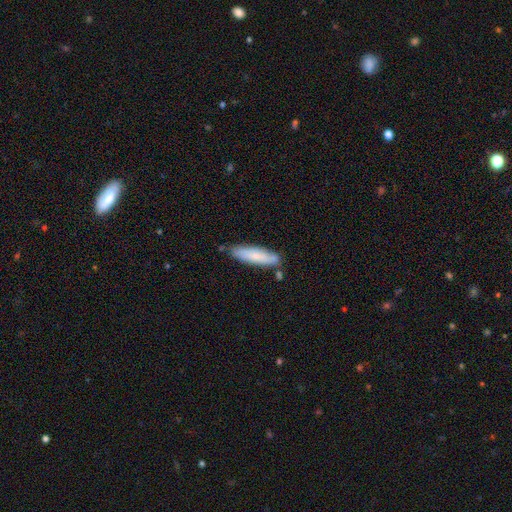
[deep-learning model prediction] A smooth galaxy with no disk features (73%) that is cigar-shaped (75%).

Vote fractions:
- Smooth or featured? smooth: 73% / featured or disk: 21% / star or artifact: 6%
- How rounded? cigar-shaped: 75% / in between: 24% / round: 1%
- Merging? none: 76% / minor disturbance: 15% / merger: 6% / major disturbance: 3%